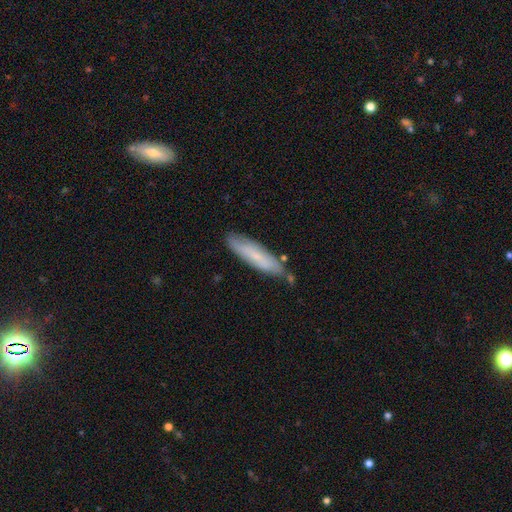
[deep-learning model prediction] Smooth or featured? Predicted: smooth (p=0.59). How rounded? Predicted: cigar-shaped (p=0.78). Merging? Predicted: none (p=0.77).